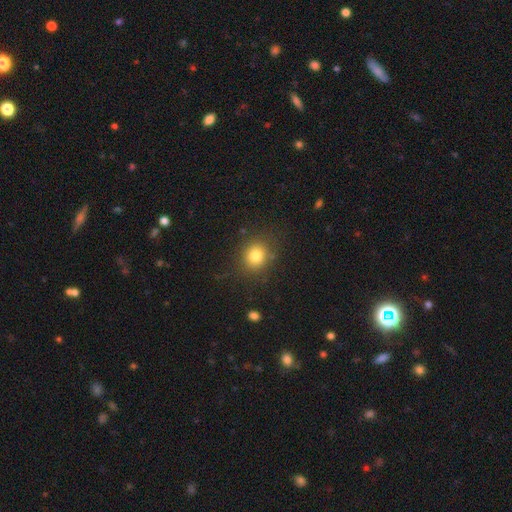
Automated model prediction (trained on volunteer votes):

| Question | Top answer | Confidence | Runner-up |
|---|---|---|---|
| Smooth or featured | smooth | 80% | star or artifact (12%) |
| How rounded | round | 76% | in between (24%) |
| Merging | none | 82% | minor disturbance (12%) |